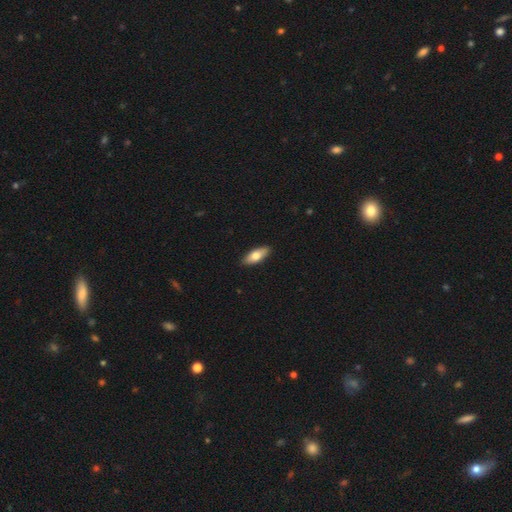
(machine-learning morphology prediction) A smooth galaxy with no disk features (71%) that is in between round and cigar-shaped (73%).

Vote fractions:
- Smooth or featured? smooth: 71% / featured or disk: 23% / star or artifact: 5%
- How rounded? in between: 73% / cigar-shaped: 25% / round: 2%
- Merging? none: 89% / minor disturbance: 8% / major disturbance: 2% / merger: 1%